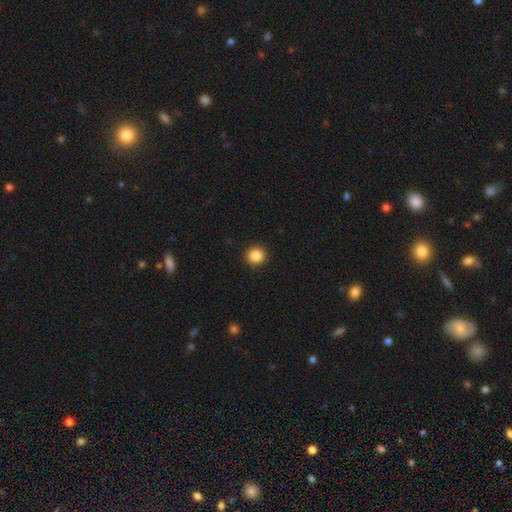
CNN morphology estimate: This appears to be a smooth galaxy with no disk features (87%) that is round (91%). Merging: none (92%).